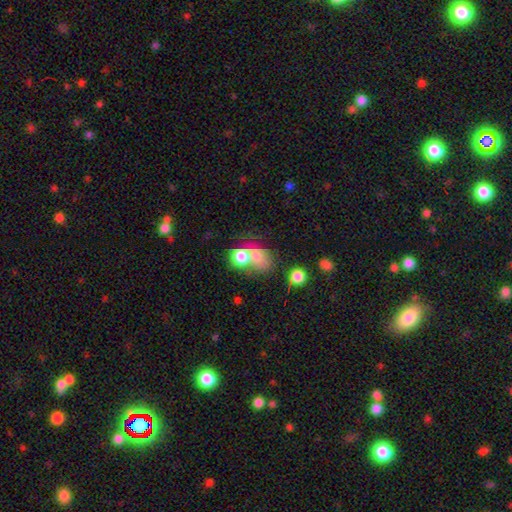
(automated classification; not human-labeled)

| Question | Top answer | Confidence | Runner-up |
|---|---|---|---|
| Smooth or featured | smooth | 68% | featured or disk (17%) |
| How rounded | round | 54% | in between (45%) |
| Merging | merger | 52% | none (27%) |